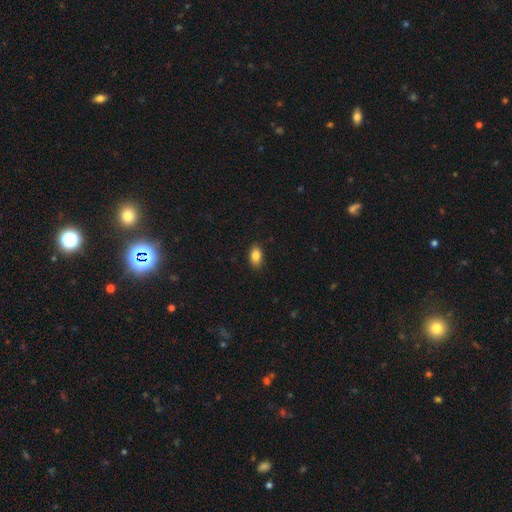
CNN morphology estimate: smooth-or-featured: smooth: 85% | star or artifact: 8% | featured or disk: 7%
  how-rounded: in between: 88% | round: 9% | cigar-shaped: 2%
  merging: none: 87% | minor disturbance: 10% | major disturbance: 2% | merger: 1%